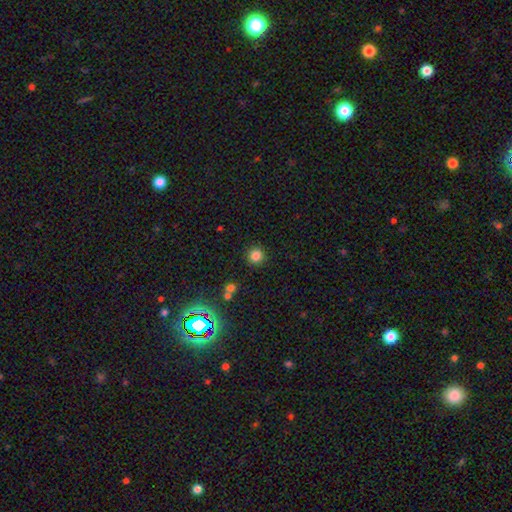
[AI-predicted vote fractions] Overall: smooth (82%). How rounded: round (94%). Merging: none (90%).